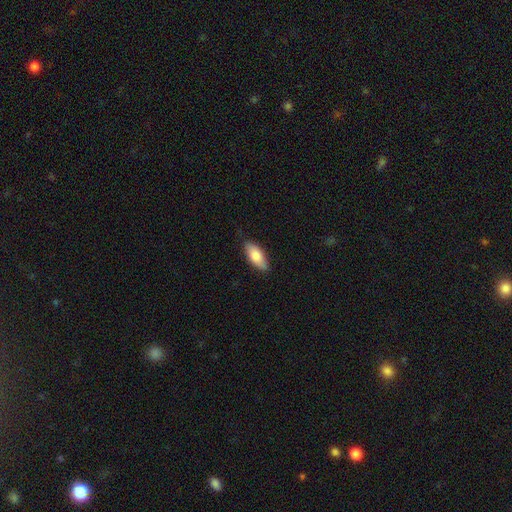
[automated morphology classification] Smooth or featured? smooth (79%)
How rounded? in between (83%)
Merging? none (86%)